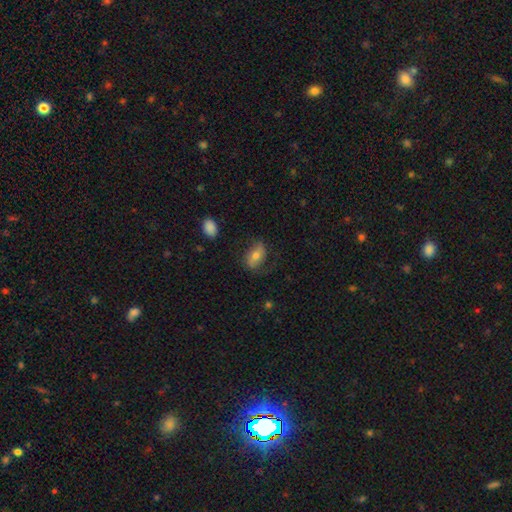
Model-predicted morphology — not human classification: Smooth or featured: smooth — 59% (featured or disk — 33%)
How rounded: in between — 84% (round — 12%)
Merging: none — 66% (minor disturbance — 22%)